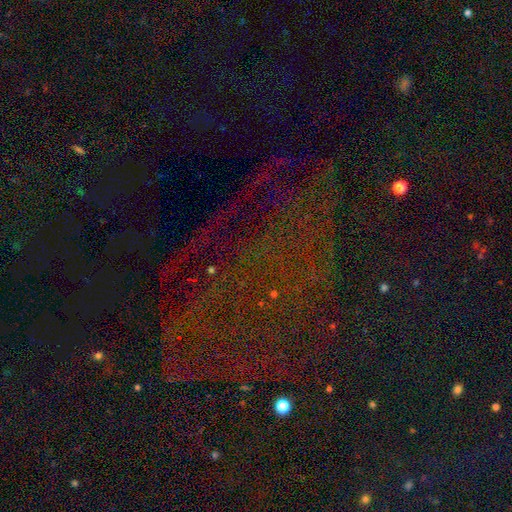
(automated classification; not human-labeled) star or artifact 79%, smooth 11%, featured or disk 10%.